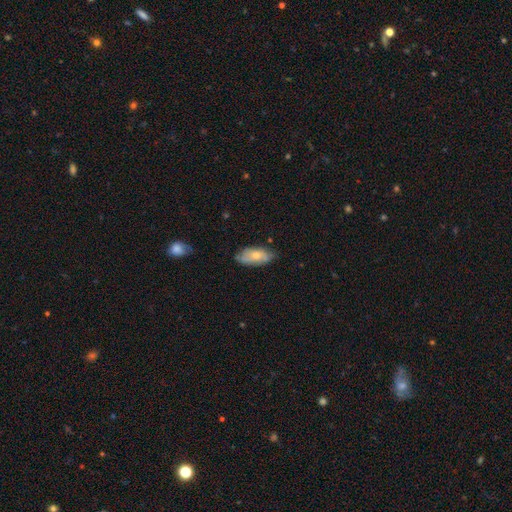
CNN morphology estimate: Overall: smooth (60%; featured or disk 34%). How rounded: in between (89%). Merging: none (66%; minor disturbance 27%).